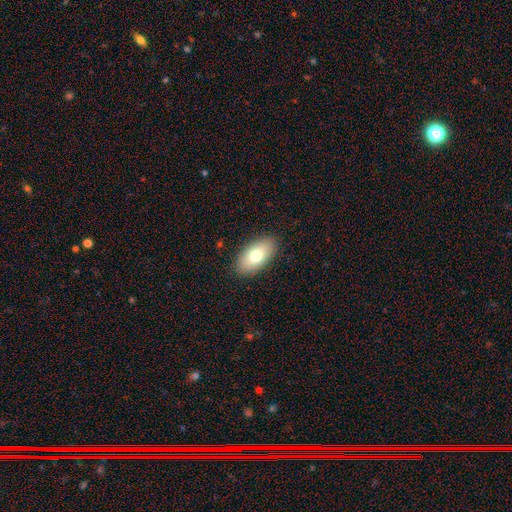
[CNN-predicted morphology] smooth_or_featured: smooth (p=0.75) [alt: featured or disk p=0.18]
how_rounded: in between (p=0.93) [alt: cigar-shaped p=0.04]
merging: none (p=0.89) [alt: minor disturbance p=0.08]